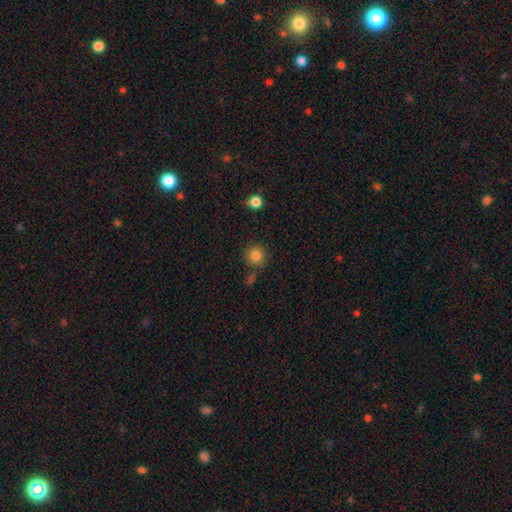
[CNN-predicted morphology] Smooth or featured? Predicted: smooth (p=0.83). How rounded? Predicted: round (p=0.92). Merging? Predicted: none (p=0.80).